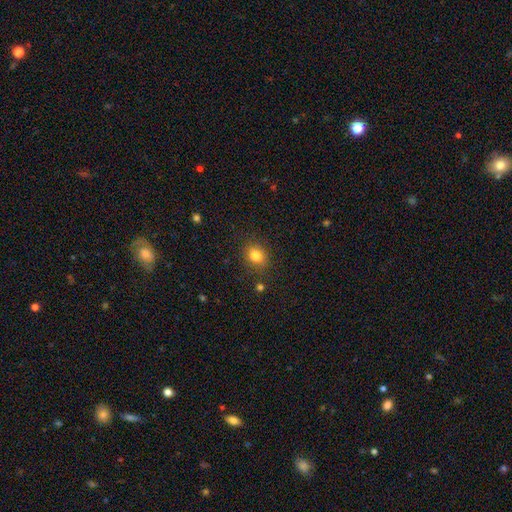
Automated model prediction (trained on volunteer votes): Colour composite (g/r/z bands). It shows a smooth galaxy with no disk features (82%) that is round (60%). Merging: none (84%).